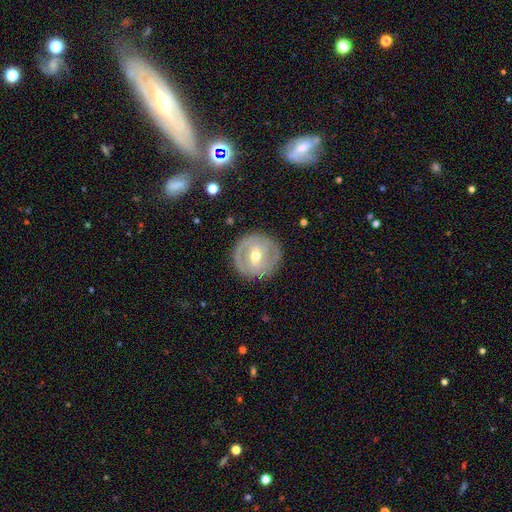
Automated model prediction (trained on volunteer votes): Smooth or featured? Predicted: featured or disk (p=0.73). Edge-on disk? Predicted: no (p=0.96). Bar? Predicted: weak (p=0.44). Spiral arms? Predicted: yes (p=0.65). Bulge size? Predicted: moderate (p=0.66). Merging? Predicted: none (p=0.83).